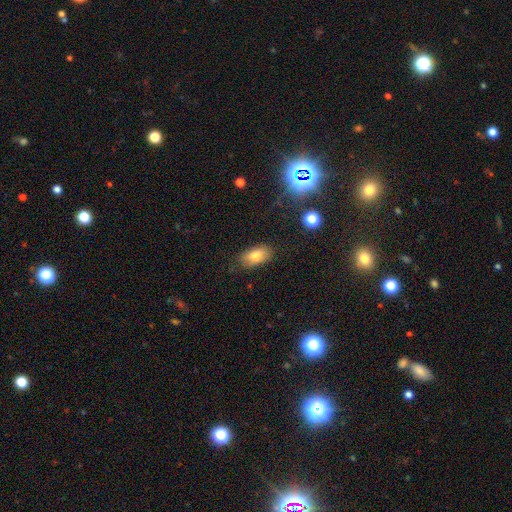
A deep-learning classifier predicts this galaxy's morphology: Smooth or featured? Predicted: smooth (p=0.78). How rounded? Predicted: in between (p=0.91). Merging? Predicted: none (p=0.82).